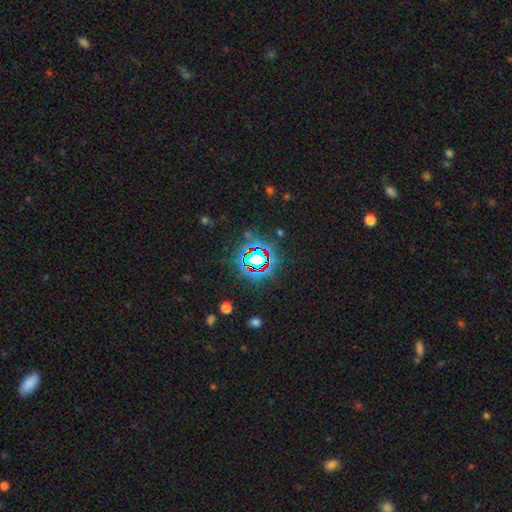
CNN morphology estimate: Q: Smooth or featured?
A: star or artifact (73%); runner-up: smooth (16%)